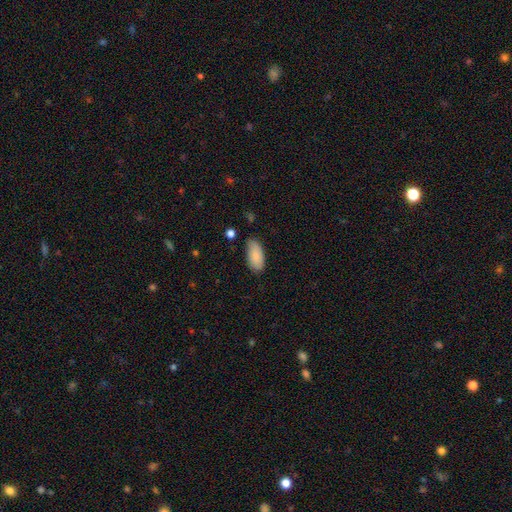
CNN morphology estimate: Smooth or featured: smooth — 87% (featured or disk — 7%)
How rounded: in between — 92% (cigar-shaped — 6%)
Merging: none — 74% (minor disturbance — 20%)